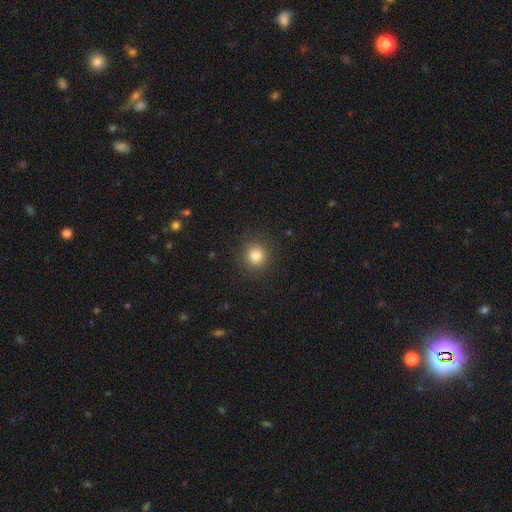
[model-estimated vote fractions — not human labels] Q: Smooth or featured?
A: smooth (82%); runner-up: star or artifact (13%)
Q: How rounded?
A: round (94%); runner-up: in between (5%)
Q: Merging?
A: none (91%); runner-up: minor disturbance (6%)